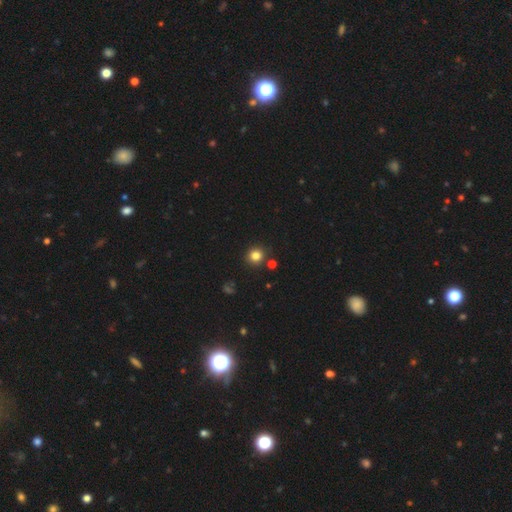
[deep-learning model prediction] Smooth or featured? Predicted: smooth (p=0.81). How rounded? Predicted: round (p=0.92). Merging? Predicted: none (p=0.86).